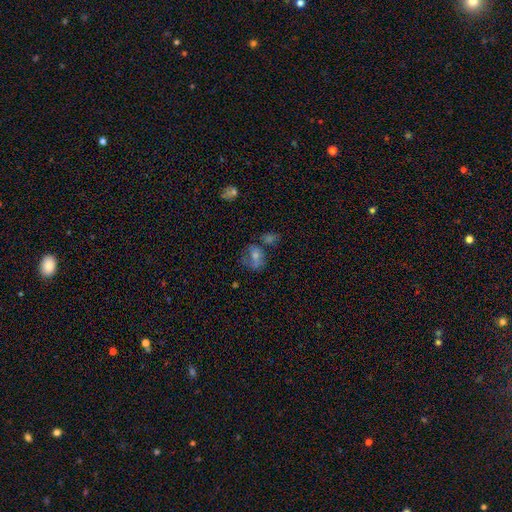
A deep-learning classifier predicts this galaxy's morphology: A featured or disk galaxy (42%).

Vote fractions:
- Smooth or featured? featured or disk: 42% / smooth: 39% / star or artifact: 19%
- Merging? none: 52% / minor disturbance: 21% / major disturbance: 14% / merger: 13%